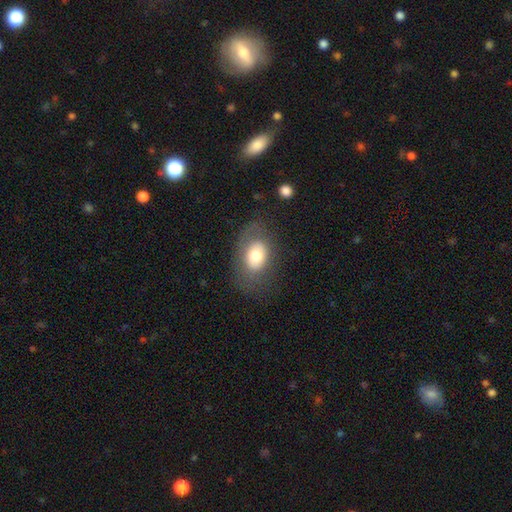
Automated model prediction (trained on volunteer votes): Overall: smooth (67%). How rounded: in between (77%). Merging: none (70%).